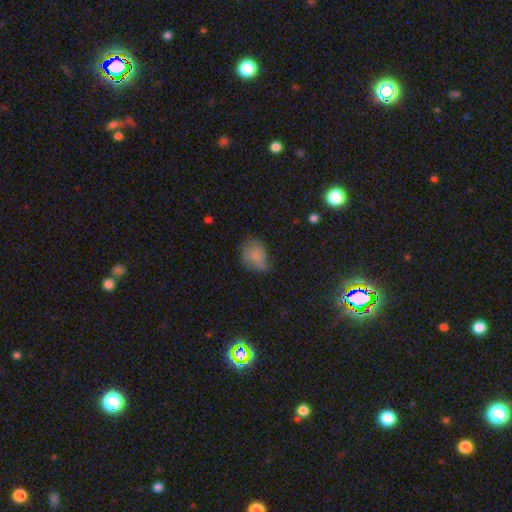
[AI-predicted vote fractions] smooth_or_featured: smooth (p=0.66) [alt: featured or disk p=0.23]
how_rounded: in between (p=0.69) [alt: round p=0.30]
merging: none (p=0.38) [alt: minor disturbance p=0.37]